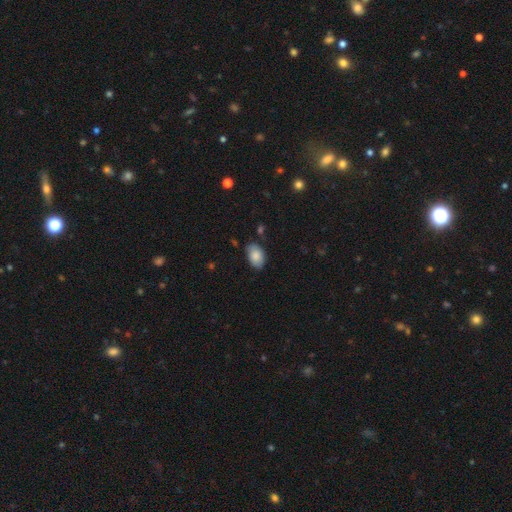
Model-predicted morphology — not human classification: This is clearly a smooth galaxy (85%). How rounded: clearly in between (89%). Merging: likely none (74%).